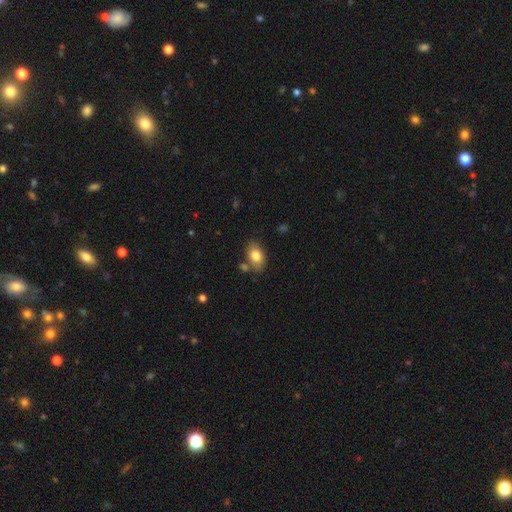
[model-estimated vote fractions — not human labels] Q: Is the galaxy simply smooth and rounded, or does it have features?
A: smooth — 81%.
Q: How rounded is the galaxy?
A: in between — 87%.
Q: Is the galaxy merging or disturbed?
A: none — 73%.